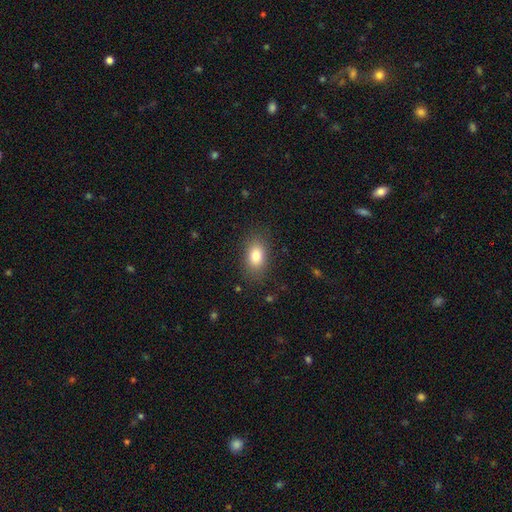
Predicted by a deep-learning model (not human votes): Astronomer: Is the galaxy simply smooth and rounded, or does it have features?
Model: smooth — 82%.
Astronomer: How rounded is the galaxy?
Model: in between — 84%.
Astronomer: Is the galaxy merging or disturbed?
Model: none — 84%.